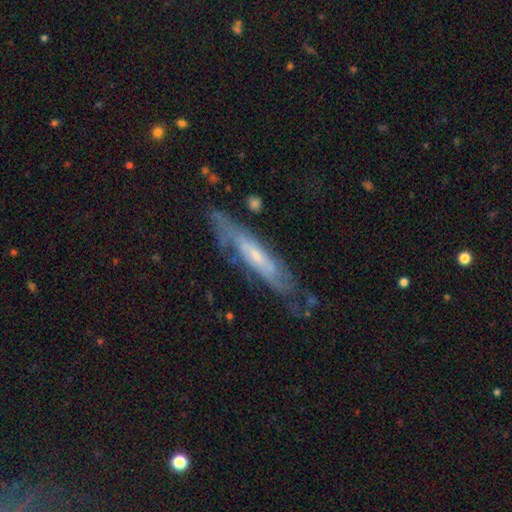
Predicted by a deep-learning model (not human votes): Q: Smooth or featured?
A: featured or disk (70%); runner-up: smooth (24%)
Q: Edge-on disk?
A: no (54%); runner-up: yes (46%)
Q: Merging?
A: none (68%); runner-up: minor disturbance (21%)